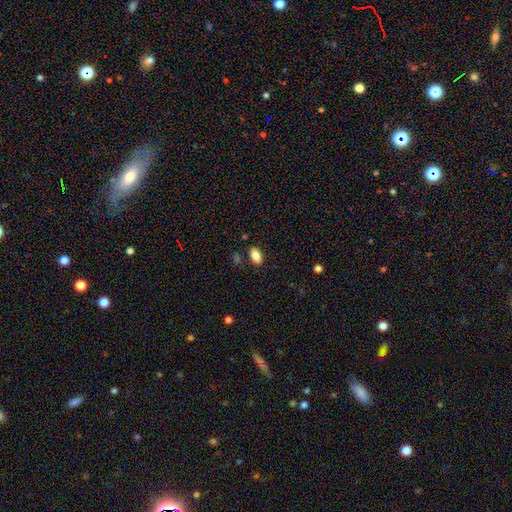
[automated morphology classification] This appears to be a smooth galaxy with no disk features (83%) that is in between round and cigar-shaped (90%). Merging: none (84%).